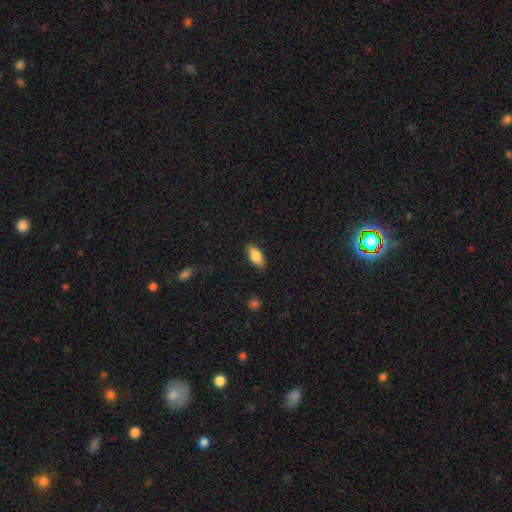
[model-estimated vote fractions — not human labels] Smooth or featured?
  - smooth: 79% *
  - featured or disk: 14%
  - star or artifact: 7%
How rounded?
  - in between: 85% *
  - cigar-shaped: 12%
  - round: 3%
Merging?
  - none: 85% *
  - minor disturbance: 12%
  - major disturbance: 3%
  - merger: 1%